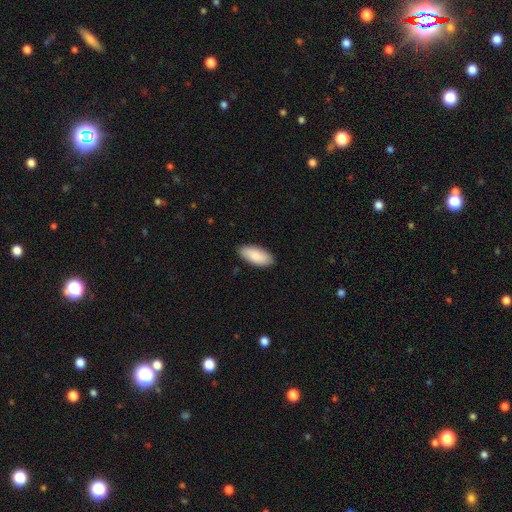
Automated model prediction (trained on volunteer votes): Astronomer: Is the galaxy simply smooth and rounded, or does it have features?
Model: smooth — 88%.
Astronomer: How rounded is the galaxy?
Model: in between — 89%.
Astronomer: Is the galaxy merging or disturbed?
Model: none — 88%.